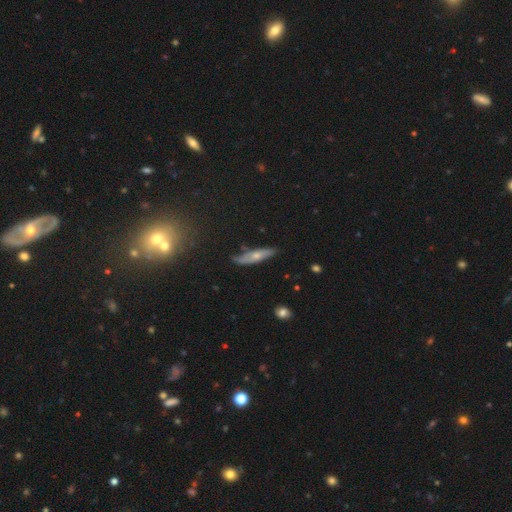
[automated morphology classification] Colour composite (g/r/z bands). It shows a smooth galaxy with no disk features (50%) that is cigar-shaped (71%). Merging: none (69%).